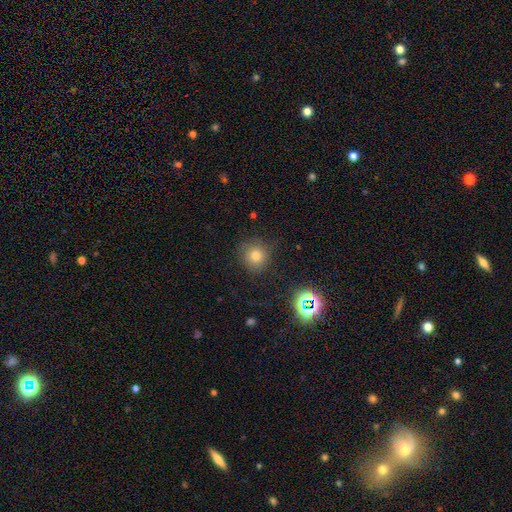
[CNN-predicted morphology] smooth 73%, star or artifact 17%, featured or disk 10%. Down the decision tree: how rounded — round (89%); merging — none (79%).